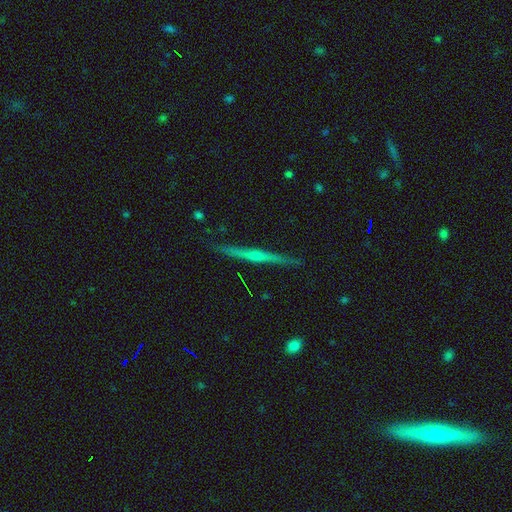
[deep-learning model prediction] This is likely a featured or disk galaxy (77%). It is clearly viewed edge-on (98%). Edge-on bulge: likely rounded (75%). Merging: clearly none (90%).